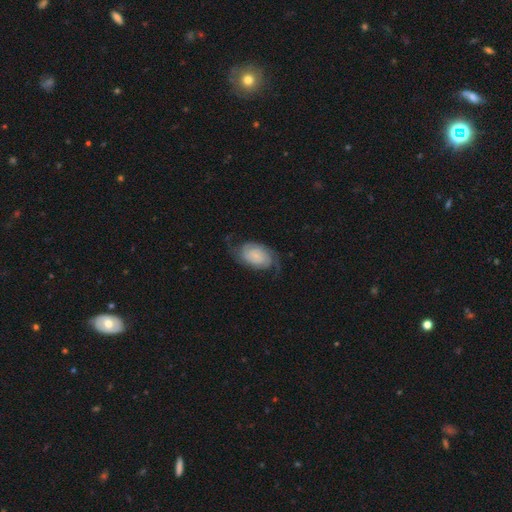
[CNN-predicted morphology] Overall: featured or disk (74%). Edge-on disk: no (97%). Bar: no (70%). Spiral arms: yes (95%). Spiral arm count: 2 (73%). Spiral winding: tight (45%; medium 37%). Bulge size: small (52%; none 28%). Merging: none (65%).